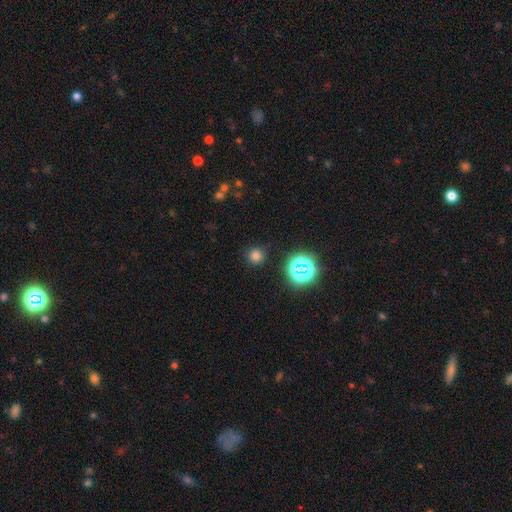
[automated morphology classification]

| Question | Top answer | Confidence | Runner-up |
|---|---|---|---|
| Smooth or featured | smooth | 72% | star or artifact (23%) |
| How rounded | round | 94% | in between (5%) |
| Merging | none | 89% | minor disturbance (7%) |